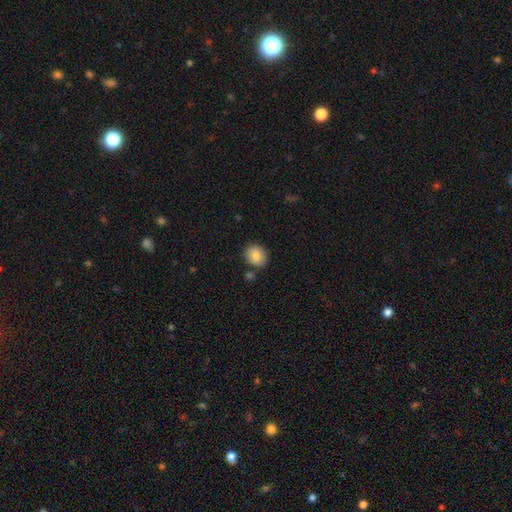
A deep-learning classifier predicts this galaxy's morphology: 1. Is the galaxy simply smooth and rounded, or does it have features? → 85% smooth, 8% star or artifact, 7% featured or disk.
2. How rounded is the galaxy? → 64% round, 35% in between, 1% cigar-shaped.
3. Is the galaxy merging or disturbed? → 79% none, 11% minor disturbance, 7% merger, 3% major disturbance.